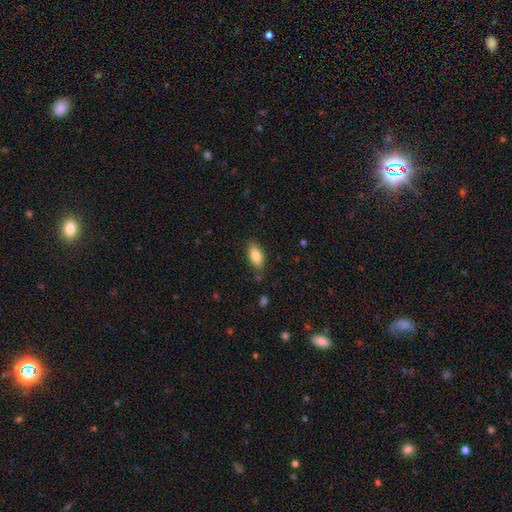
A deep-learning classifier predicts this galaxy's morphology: Smooth or featured?
  - smooth: 82% *
  - featured or disk: 11%
  - star or artifact: 7%
How rounded?
  - in between: 87% *
  - cigar-shaped: 9%
  - round: 3%
Merging?
  - none: 81% *
  - minor disturbance: 14%
  - major disturbance: 3%
  - merger: 2%